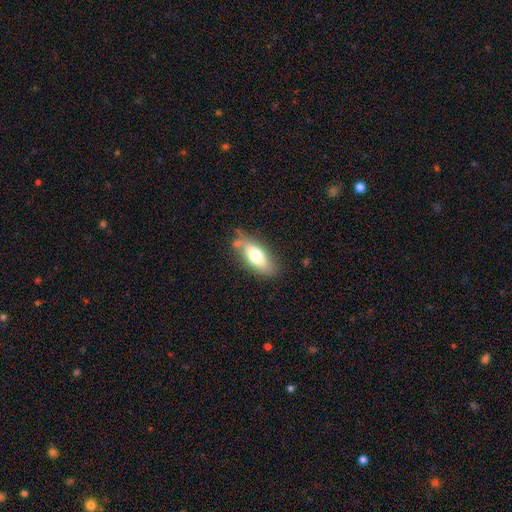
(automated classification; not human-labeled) smooth_or_featured: smooth (p=0.68) [alt: featured or disk p=0.25]
how_rounded: in between (p=0.81) [alt: cigar-shaped p=0.16]
merging: none (p=0.70) [alt: minor disturbance p=0.20]